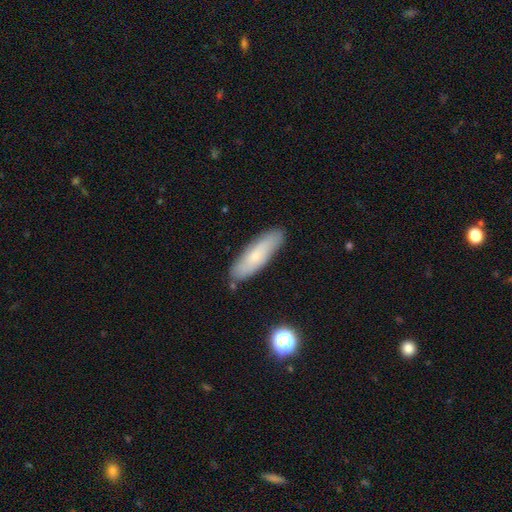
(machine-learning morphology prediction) Q: Smooth or featured?
A: smooth (66%); runner-up: featured or disk (26%)
Q: How rounded?
A: cigar-shaped (58%); runner-up: in between (40%)
Q: Merging?
A: none (83%); runner-up: minor disturbance (13%)